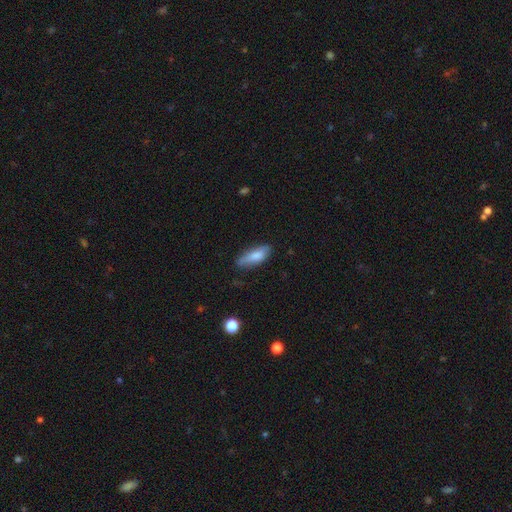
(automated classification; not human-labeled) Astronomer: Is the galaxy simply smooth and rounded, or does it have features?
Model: smooth — 77%.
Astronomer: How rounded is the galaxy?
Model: in between — 55% (runner-up: cigar-shaped, 42%).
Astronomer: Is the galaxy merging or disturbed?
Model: none — 66%.